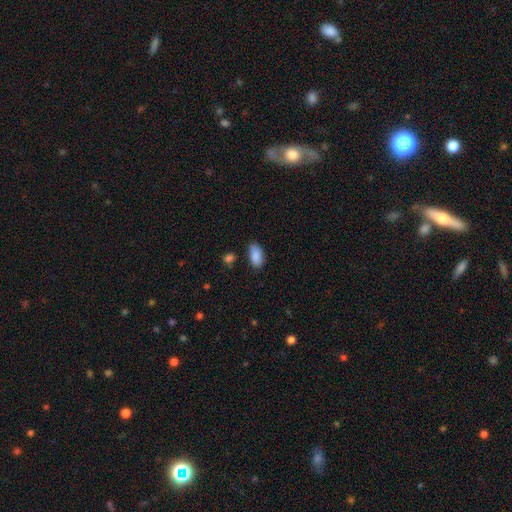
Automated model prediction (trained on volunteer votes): Morphology: type=smooth (87%); roundness=in between (93%); merging=none (78%).